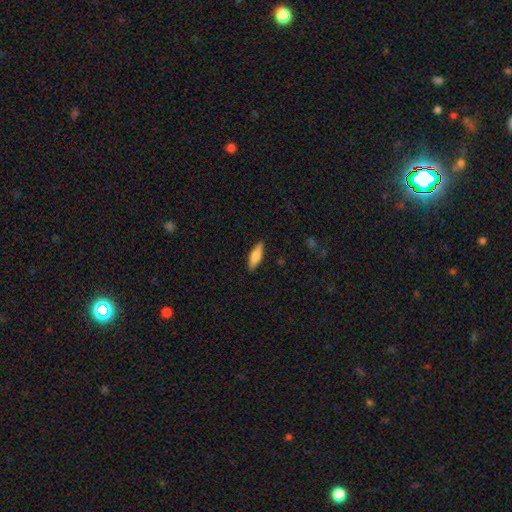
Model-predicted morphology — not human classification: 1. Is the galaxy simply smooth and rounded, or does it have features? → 72% smooth, 22% featured or disk, 6% star or artifact.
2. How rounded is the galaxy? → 53% cigar-shaped, 45% in between, 2% round.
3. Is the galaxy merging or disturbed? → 88% none, 8% minor disturbance, 2% major disturbance, 1% merger.